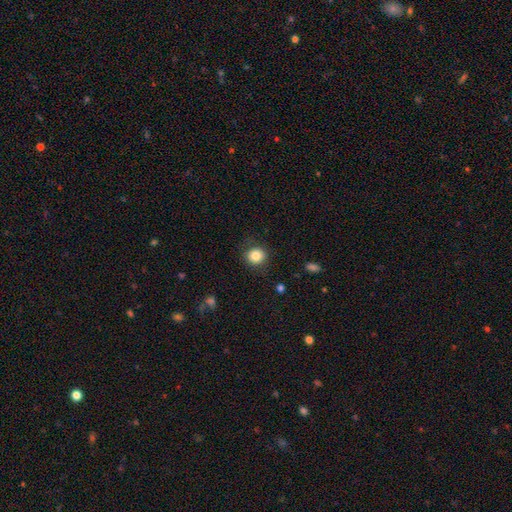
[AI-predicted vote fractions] Overall: smooth (83%). How rounded: round (85%). Merging: none (85%).